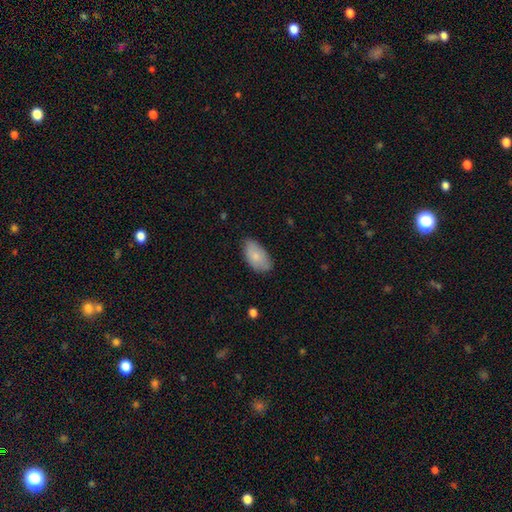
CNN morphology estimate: This appears to be a smooth galaxy with no disk features (81%) that is in between round and cigar-shaped (94%). Merging: none (76%).